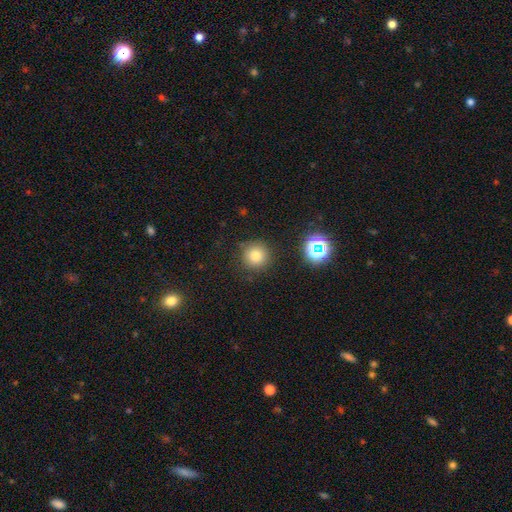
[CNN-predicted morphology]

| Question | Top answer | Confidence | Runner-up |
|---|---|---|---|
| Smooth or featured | smooth | 77% | star or artifact (15%) |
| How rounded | round | 95% | in between (4%) |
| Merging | none | 86% | minor disturbance (8%) |